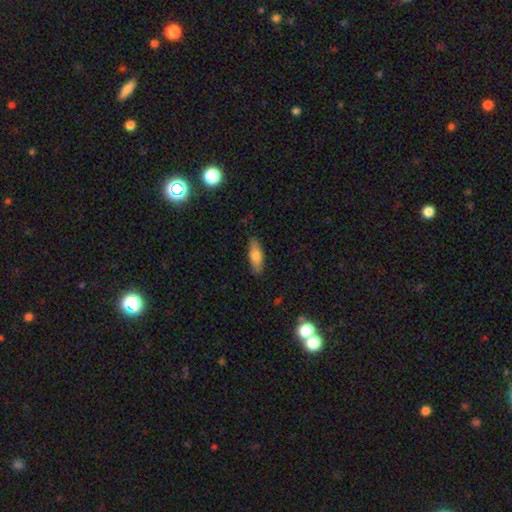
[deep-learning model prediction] Smooth or featured: smooth — 73% (featured or disk — 20%)
How rounded: in between — 62% (cigar-shaped — 35%)
Merging: none — 86% (minor disturbance — 11%)